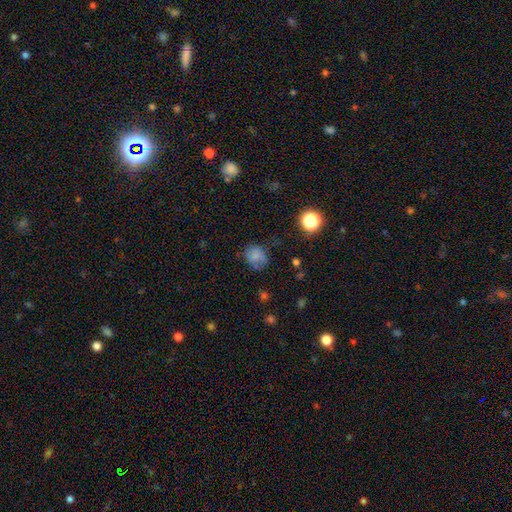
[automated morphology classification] Smooth or featured? smooth (77%)
How rounded? round (68%)
Merging? none (67%)